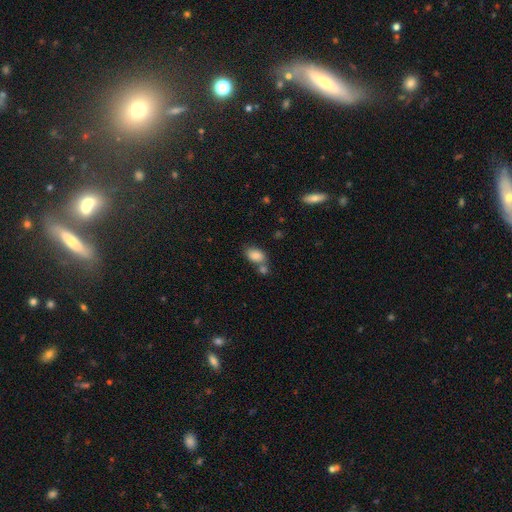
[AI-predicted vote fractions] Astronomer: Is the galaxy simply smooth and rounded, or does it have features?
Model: smooth — 85%.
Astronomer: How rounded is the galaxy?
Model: in between — 87%.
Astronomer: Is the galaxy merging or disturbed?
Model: none — 49% (runner-up: merger, 33%).